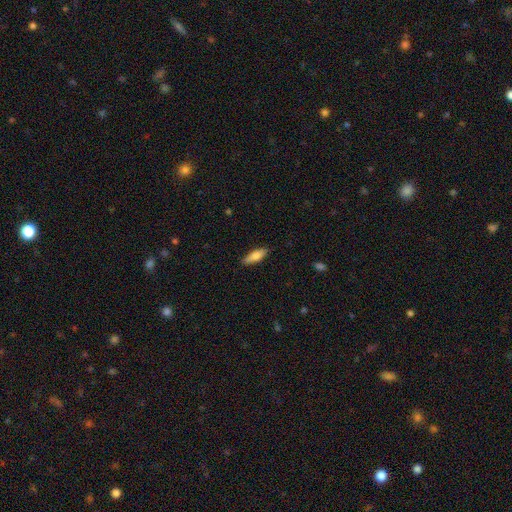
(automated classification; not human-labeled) Smooth or featured? Predicted: smooth (p=0.74). How rounded? Predicted: in between (p=0.51). Merging? Predicted: none (p=0.87).